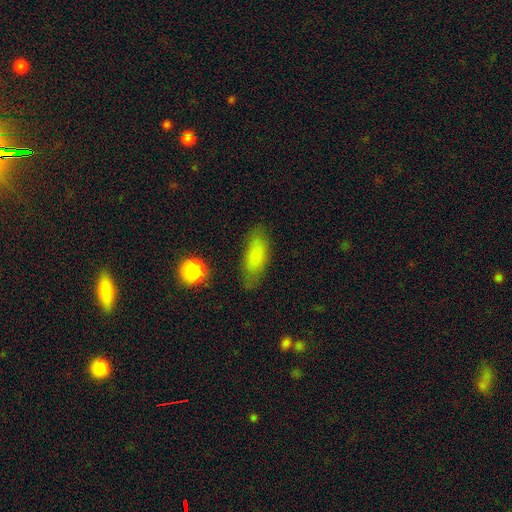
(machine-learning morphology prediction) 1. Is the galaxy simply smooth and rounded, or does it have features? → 81% smooth, 11% featured or disk, 8% star or artifact.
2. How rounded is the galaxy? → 74% in between, 23% cigar-shaped, 3% round.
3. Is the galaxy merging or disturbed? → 76% none, 17% minor disturbance, 5% major disturbance, 2% merger.